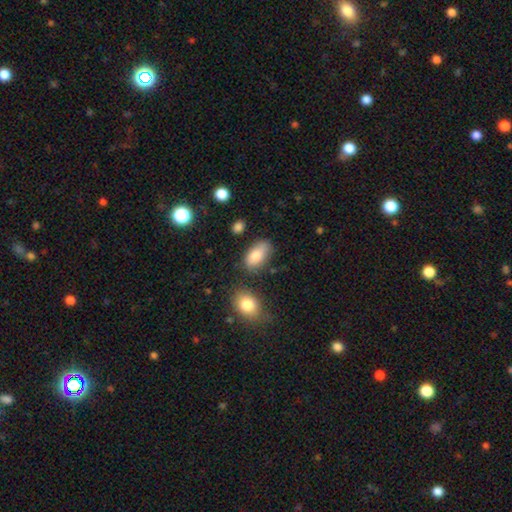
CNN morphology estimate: smooth 81%, featured or disk 11%, star or artifact 8%. Down the decision tree: how rounded — in between (93%); merging — none (70%).